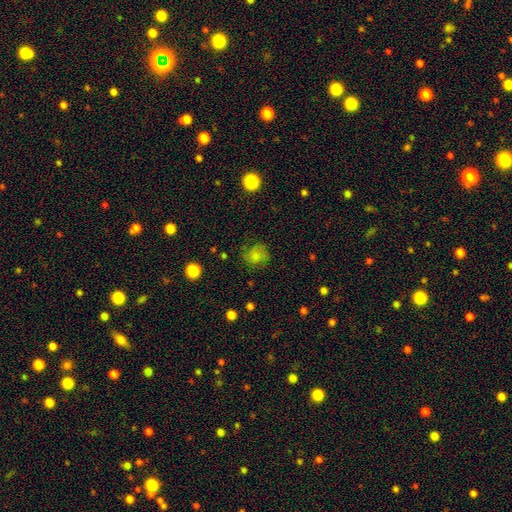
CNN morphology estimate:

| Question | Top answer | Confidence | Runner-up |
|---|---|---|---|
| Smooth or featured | smooth | 71% | featured or disk (17%) |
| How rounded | round | 79% | in between (20%) |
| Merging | none | 67% | minor disturbance (21%) |